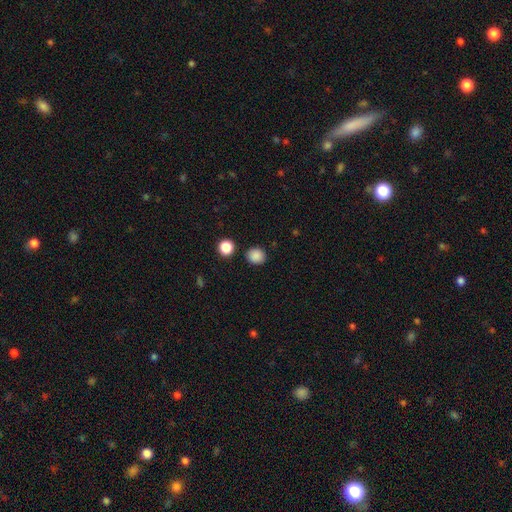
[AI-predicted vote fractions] Smooth or featured?
  - smooth: 87% *
  - star or artifact: 10%
  - featured or disk: 3%
How rounded?
  - round: 80% *
  - in between: 19%
  - cigar-shaped: 1%
Merging?
  - none: 88% *
  - minor disturbance: 7%
  - merger: 3%
  - major disturbance: 2%